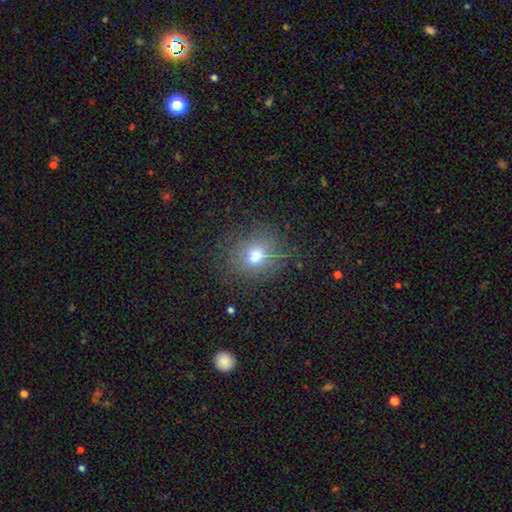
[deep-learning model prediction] smooth_or_featured: smooth (p=0.71) [alt: star or artifact p=0.16]
how_rounded: round (p=0.75) [alt: in between p=0.24]
merging: none (p=0.79) [alt: minor disturbance p=0.13]